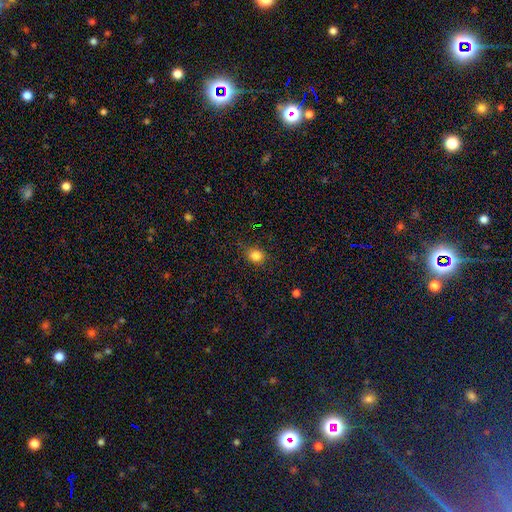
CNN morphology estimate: smooth 83%, star or artifact 12%, featured or disk 5%. Down the decision tree: how rounded — round (71%); merging — none (82%).